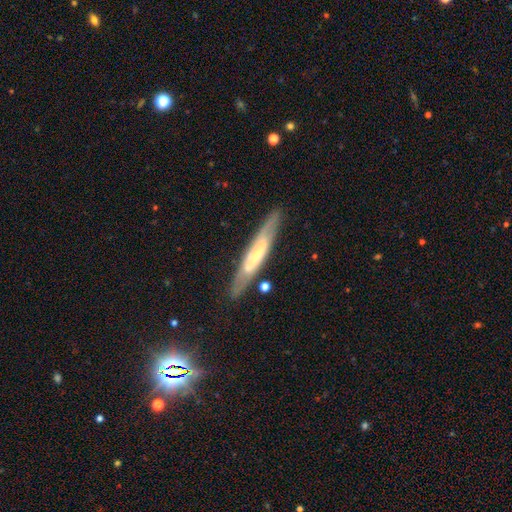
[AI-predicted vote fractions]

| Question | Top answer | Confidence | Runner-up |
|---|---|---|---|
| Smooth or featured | featured or disk | 60% | smooth (34%) |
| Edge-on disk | yes | 63% | no (37%) |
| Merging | none | 79% | minor disturbance (14%) |